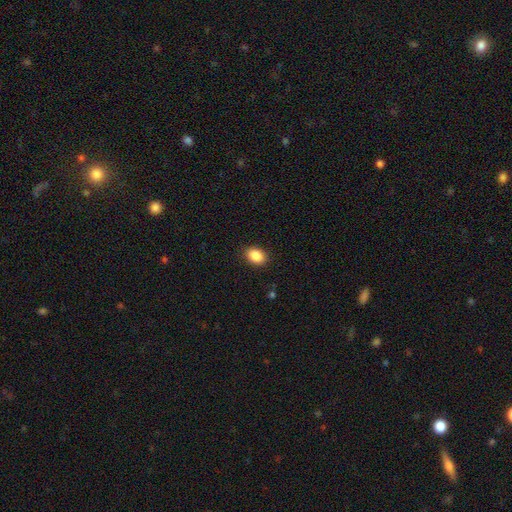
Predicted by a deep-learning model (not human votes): Q: Smooth or featured?
A: smooth (87%); runner-up: star or artifact (8%)
Q: How rounded?
A: in between (78%); runner-up: round (21%)
Q: Merging?
A: none (88%); runner-up: minor disturbance (9%)